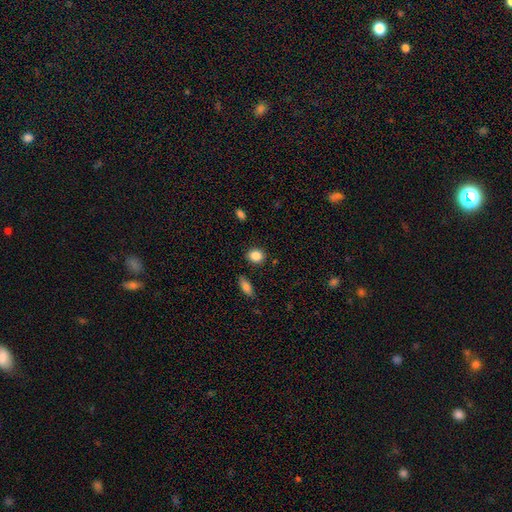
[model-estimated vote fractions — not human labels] Q: Smooth or featured?
A: smooth (87%); runner-up: star or artifact (9%)
Q: How rounded?
A: round (63%); runner-up: in between (36%)
Q: Merging?
A: none (86%); runner-up: minor disturbance (9%)